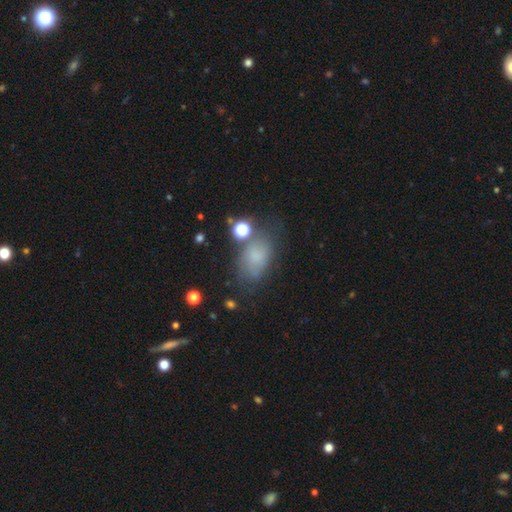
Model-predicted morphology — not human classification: smooth_or_featured: smooth (p=0.67) [alt: featured or disk p=0.17]
how_rounded: in between (p=0.84) [alt: round p=0.14]
merging: none (p=0.53) [alt: minor disturbance p=0.25]